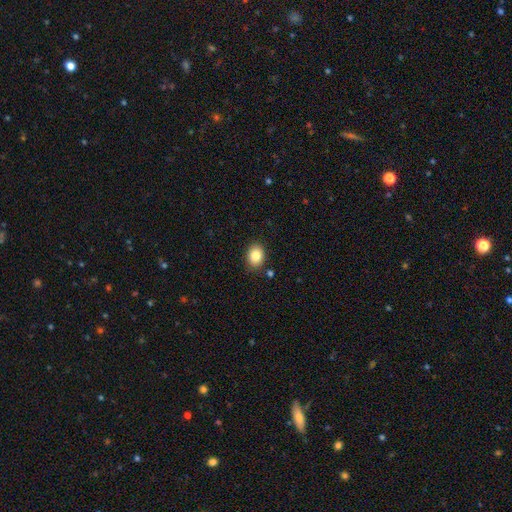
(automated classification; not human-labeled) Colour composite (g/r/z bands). It shows a smooth galaxy with no disk features (85%) that is in between round and cigar-shaped (60%). Merging: none (86%).